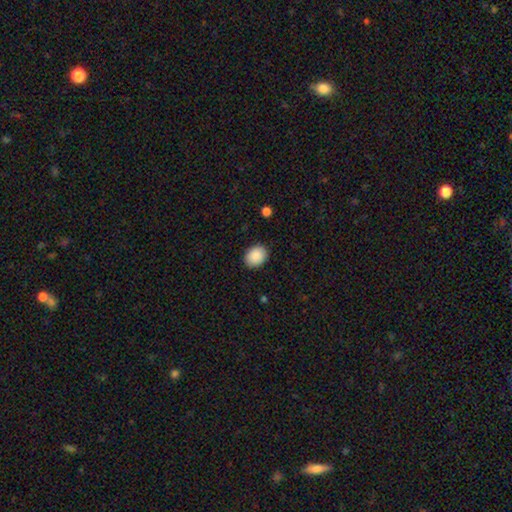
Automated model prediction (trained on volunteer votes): Q: Smooth or featured?
A: smooth (90%); runner-up: star or artifact (7%)
Q: How rounded?
A: in between (60%); runner-up: round (39%)
Q: Merging?
A: none (89%); runner-up: minor disturbance (8%)